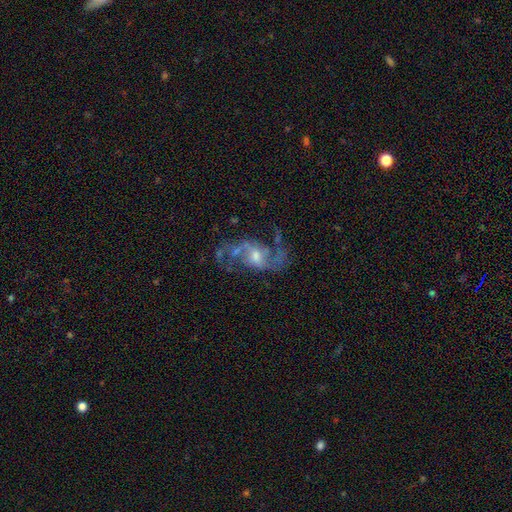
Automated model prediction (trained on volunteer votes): smooth_or_featured: featured or disk (p=0.84) [alt: star or artifact p=0.08]
disk_edge_on: no (p=0.96) [alt: yes p=0.04]
bar: weak (p=0.49) [alt: no p=0.37]
has_spiral_arms: yes (p=0.91) [alt: no p=0.09]
spiral_winding: loose (p=0.58) [alt: medium p=0.34]
spiral_arm_count: 2 (p=0.78) [alt: can't tell p=0.08]
bulge_size: moderate (p=0.51) [alt: small p=0.39]
merging: none (p=0.57) [alt: major disturbance p=0.21]